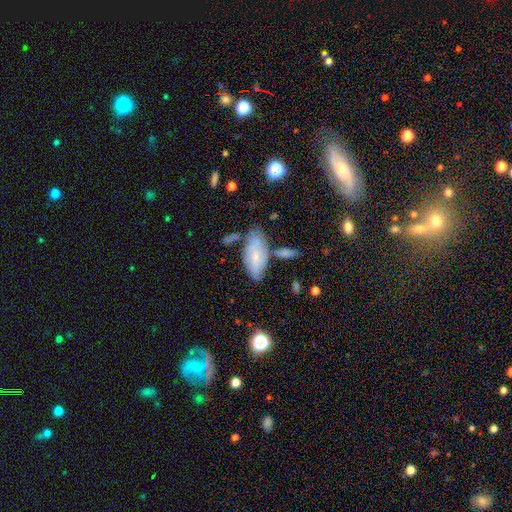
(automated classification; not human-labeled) The model was most divided on "smooth or featured": smooth: 48%, featured or disk: 44%, star or artifact: 8%. More confident: merging — none (61%).